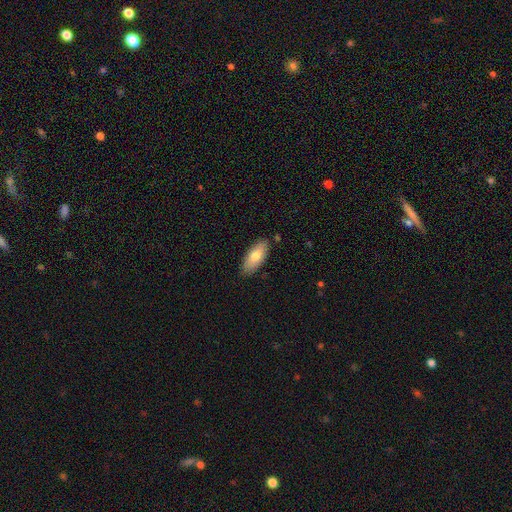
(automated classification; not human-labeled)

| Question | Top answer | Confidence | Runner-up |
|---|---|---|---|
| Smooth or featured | smooth | 74% | featured or disk (20%) |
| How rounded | in between | 83% | cigar-shaped (14%) |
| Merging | none | 83% | minor disturbance (13%) |